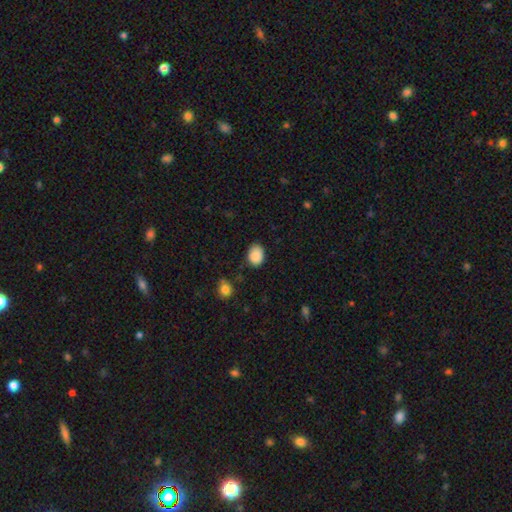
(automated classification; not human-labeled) Q: Smooth or featured?
A: smooth (88%); runner-up: star or artifact (8%)
Q: How rounded?
A: in between (67%); runner-up: round (32%)
Q: Merging?
A: none (82%); runner-up: minor disturbance (14%)